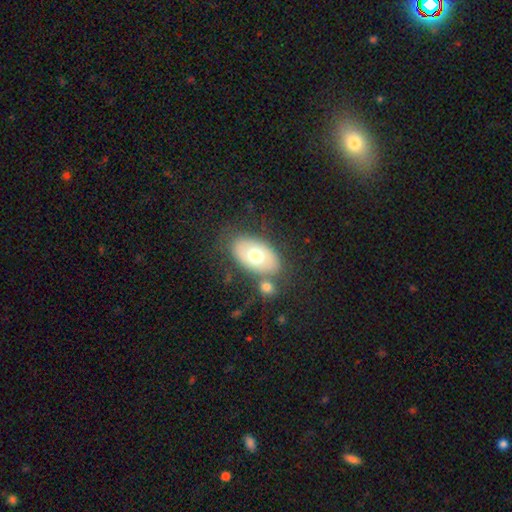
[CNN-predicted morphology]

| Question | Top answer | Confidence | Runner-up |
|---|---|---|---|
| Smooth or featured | smooth | 63% | featured or disk (31%) |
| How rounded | in between | 92% | round (7%) |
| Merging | none | 68% | minor disturbance (14%) |